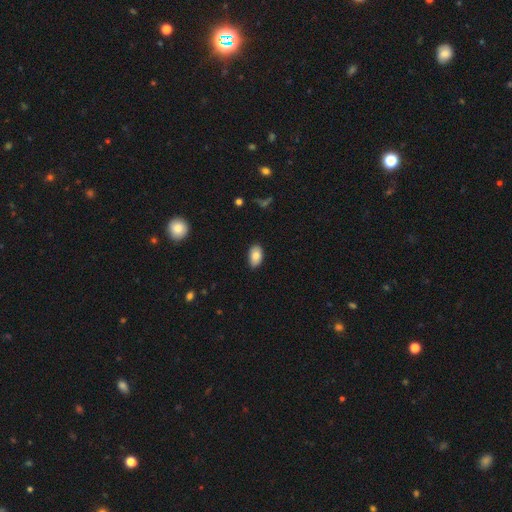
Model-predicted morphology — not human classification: Smooth or featured? smooth (85%)
How rounded? in between (93%)
Merging? none (85%)